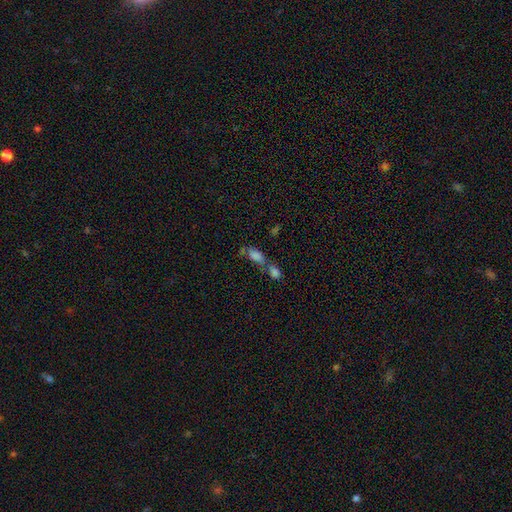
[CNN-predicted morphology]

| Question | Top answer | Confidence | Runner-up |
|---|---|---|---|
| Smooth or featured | smooth | 76% | star or artifact (12%) |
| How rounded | in between | 84% | cigar-shaped (10%) |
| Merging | merger | 61% | none (23%) |